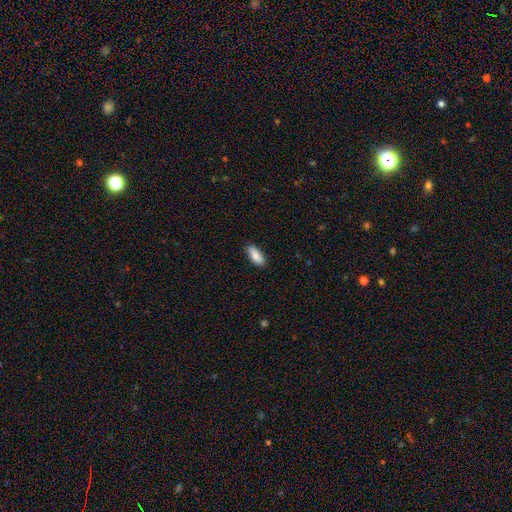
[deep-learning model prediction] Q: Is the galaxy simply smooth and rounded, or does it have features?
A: smooth — 86%.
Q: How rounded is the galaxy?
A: in between — 79%.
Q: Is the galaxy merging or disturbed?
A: none — 85%.